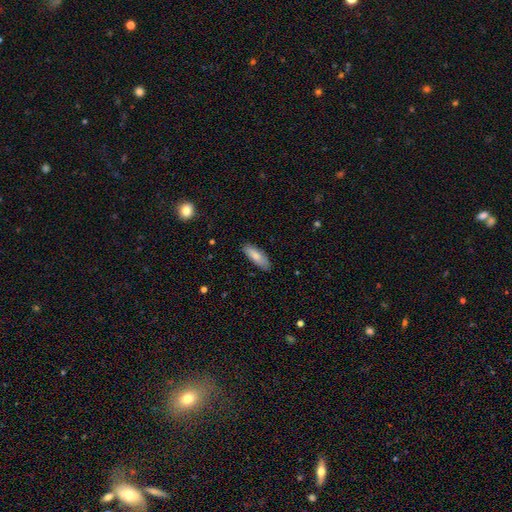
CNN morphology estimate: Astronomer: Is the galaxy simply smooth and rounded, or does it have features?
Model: smooth — 80%.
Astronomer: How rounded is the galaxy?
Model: in between — 65%.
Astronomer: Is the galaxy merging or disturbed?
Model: none — 85%.